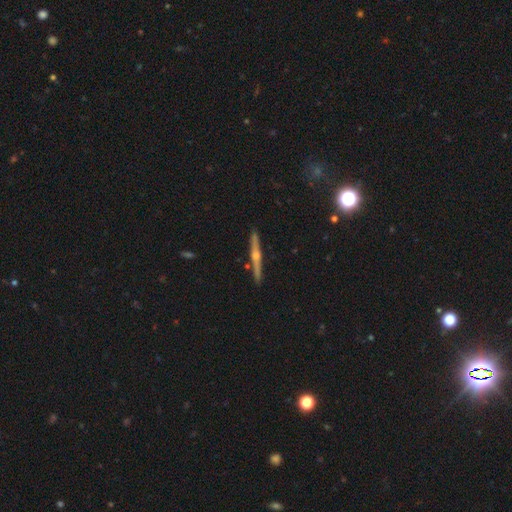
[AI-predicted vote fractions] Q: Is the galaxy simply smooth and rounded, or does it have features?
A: featured or disk — 79%.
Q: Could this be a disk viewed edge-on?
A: yes — 98%.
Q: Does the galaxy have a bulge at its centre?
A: rounded — 88%.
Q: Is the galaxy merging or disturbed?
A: none — 91%.